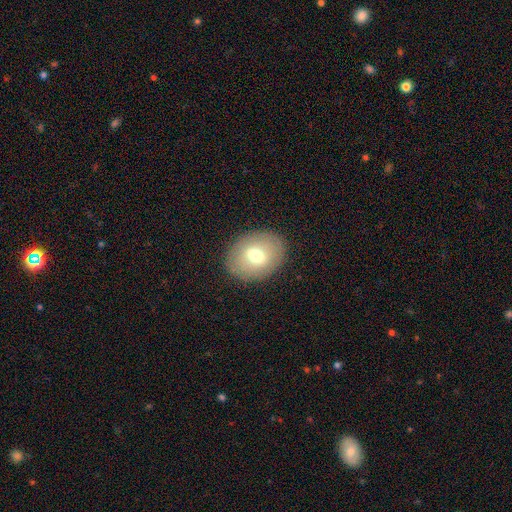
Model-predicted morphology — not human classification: smooth-or-featured: smooth: 63% | featured or disk: 28% | star or artifact: 9%
  how-rounded: in between: 54% | round: 45% | cigar-shaped: 1%
  merging: none: 87% | minor disturbance: 9% | major disturbance: 3% | merger: 1%